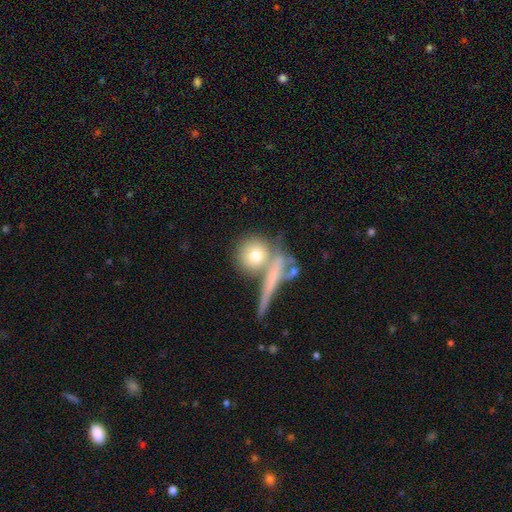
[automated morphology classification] The model was most divided on "merging": none: 59%, merger: 22%, minor disturbance: 12%, major disturbance: 7%. More confident: how rounded — round (87%); smooth or featured — smooth (69%).